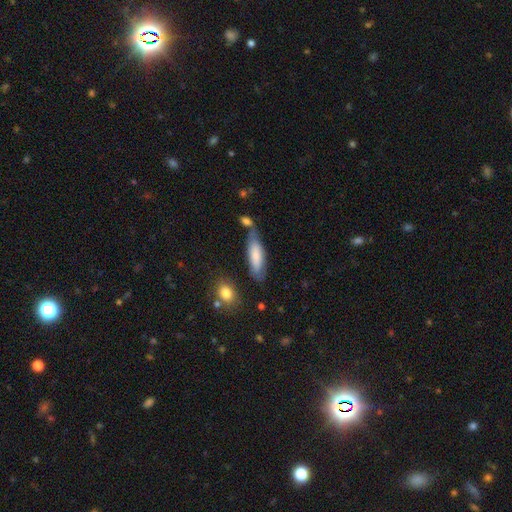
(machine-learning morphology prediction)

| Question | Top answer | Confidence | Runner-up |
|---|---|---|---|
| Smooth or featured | smooth | 77% | featured or disk (17%) |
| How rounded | cigar-shaped | 50% | in between (49%) |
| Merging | none | 58% | minor disturbance (22%) |